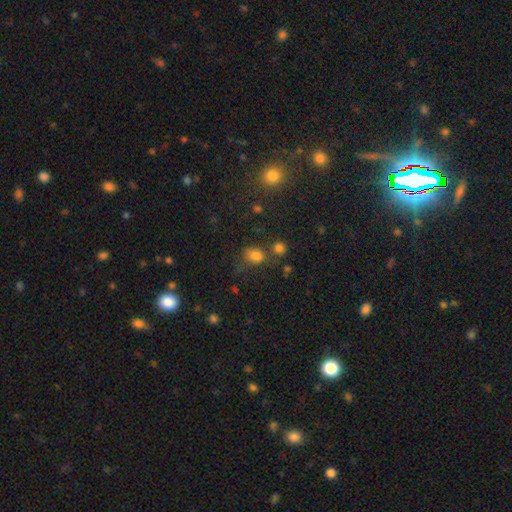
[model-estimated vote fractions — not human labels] A smooth galaxy with no disk features (76%) that is in between round and cigar-shaped (59%). Merging: none (48%).